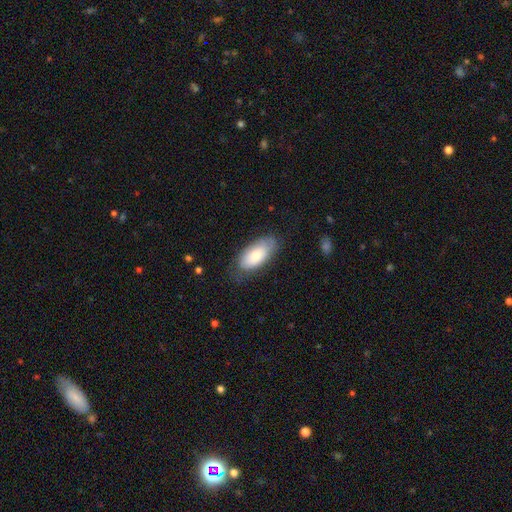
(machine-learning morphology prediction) type=smooth (73%); roundness=in between (91%); merging=none (70%).